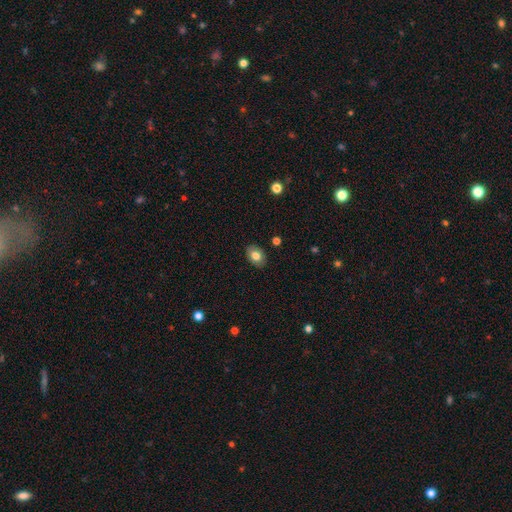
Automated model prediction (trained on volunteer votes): smooth_or_featured: smooth (p=0.79) [alt: featured or disk p=0.13]
how_rounded: in between (p=0.76) [alt: round p=0.23]
merging: none (p=0.88) [alt: minor disturbance p=0.09]